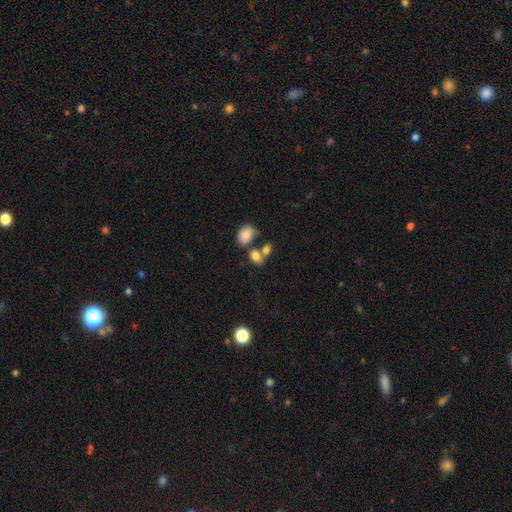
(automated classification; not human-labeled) This appears to be a smooth galaxy with no disk features (80%) that is in between round and cigar-shaped (74%). Merging: merger (41%).